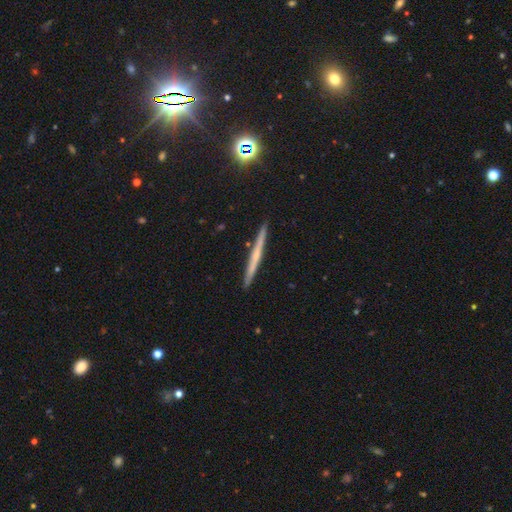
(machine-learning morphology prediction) smooth_or_featured: featured or disk (p=0.55) [alt: smooth p=0.37]
disk_edge_on: yes (p=0.98) [alt: no p=0.02]
edge_on_bulge: none (p=0.74) [alt: rounded p=0.21]
merging: none (p=0.91) [alt: minor disturbance p=0.06]